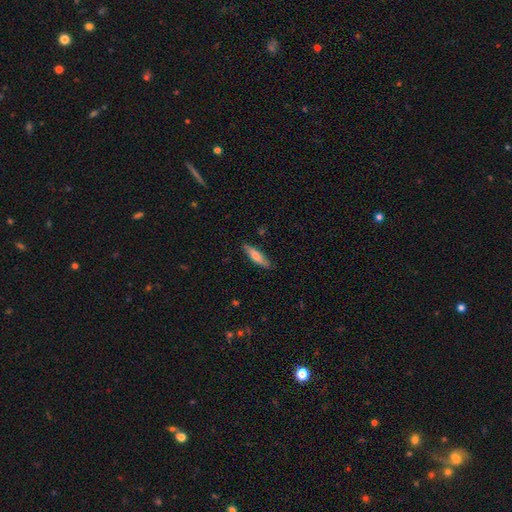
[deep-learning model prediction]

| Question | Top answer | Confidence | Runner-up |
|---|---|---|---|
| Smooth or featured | smooth | 65% | featured or disk (30%) |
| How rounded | cigar-shaped | 69% | in between (29%) |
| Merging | none | 85% | minor disturbance (12%) |